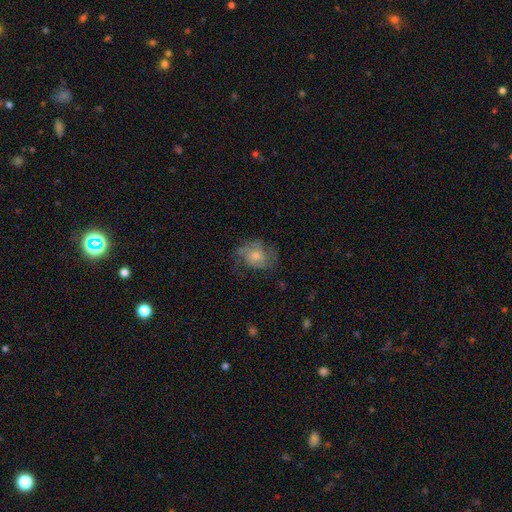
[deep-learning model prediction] Smooth or featured? featured or disk (60%)
Edge-on disk? no (97%)
Bar? no (75%)
Spiral arms? yes (82%)
Bulge size? moderate (51%)
Merging? none (57%)